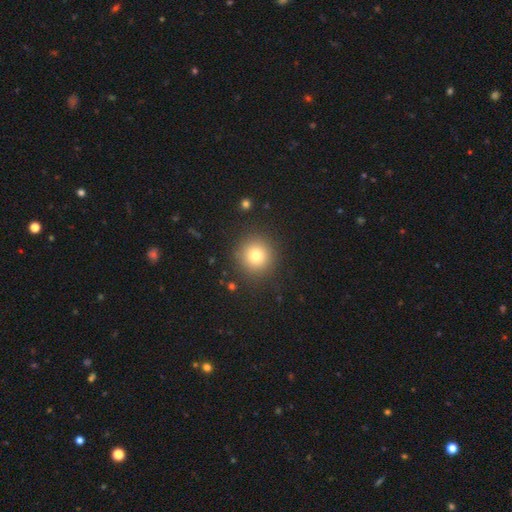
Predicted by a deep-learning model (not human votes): This appears to be a smooth galaxy with no disk features (77%) that is round (94%). Merging: none (89%).